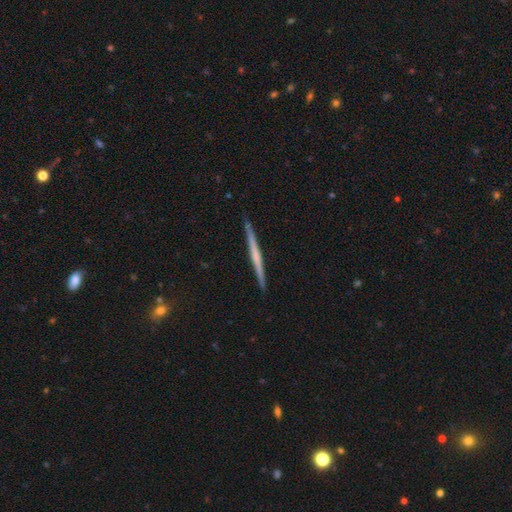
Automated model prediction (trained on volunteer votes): featured or disk 62%, smooth 32%, star or artifact 5%. Down the decision tree: edge-on disk — yes (98%); edge-on bulge — none (72%); merging — none (91%).